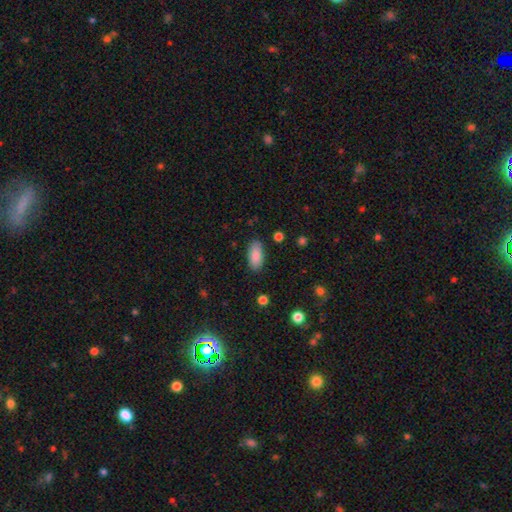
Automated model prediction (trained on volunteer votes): Q: Smooth or featured?
A: smooth (88%); runner-up: star or artifact (7%)
Q: How rounded?
A: in between (89%); runner-up: cigar-shaped (8%)
Q: Merging?
A: none (87%); runner-up: minor disturbance (10%)